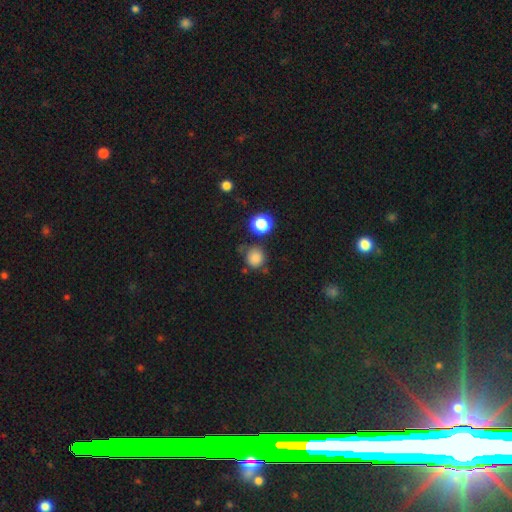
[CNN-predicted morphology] smooth_or_featured: smooth (p=0.83) [alt: star or artifact p=0.13]
how_rounded: round (p=0.91) [alt: in between p=0.08]
merging: none (p=0.72) [alt: minor disturbance p=0.15]